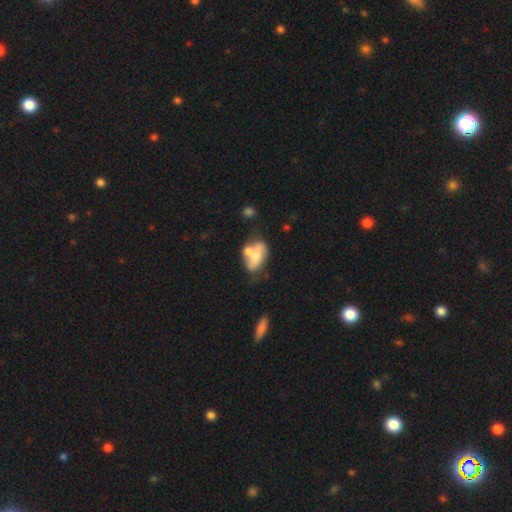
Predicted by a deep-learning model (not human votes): Smooth or featured?
  - smooth: 56% *
  - featured or disk: 37%
  - star or artifact: 8%
How rounded?
  - in between: 88% *
  - round: 9%
  - cigar-shaped: 4%
Merging?
  - merger: 43% *
  - none: 28%
  - minor disturbance: 18%
  - major disturbance: 11%